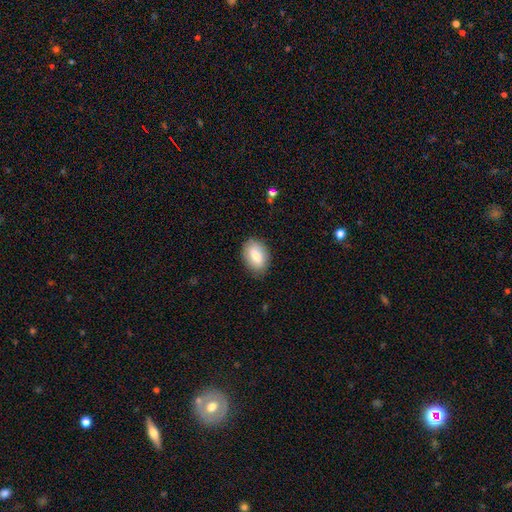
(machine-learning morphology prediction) Smooth or featured?
  - smooth: 74% *
  - featured or disk: 19%
  - star or artifact: 7%
How rounded?
  - in between: 86% *
  - round: 12%
  - cigar-shaped: 2%
Merging?
  - none: 83% *
  - minor disturbance: 13%
  - major disturbance: 3%
  - merger: 1%